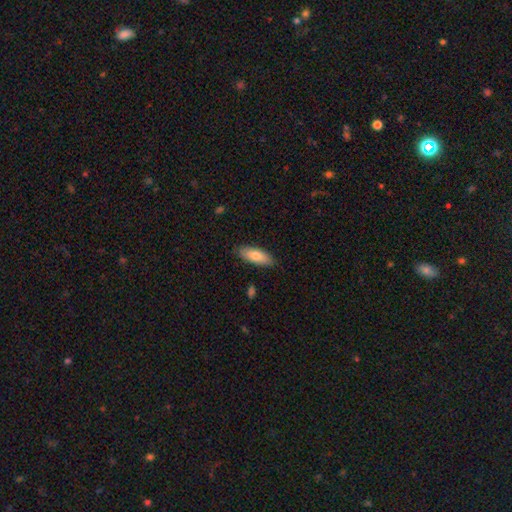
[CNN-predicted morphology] Q: Smooth or featured?
A: smooth (80%); runner-up: featured or disk (14%)
Q: How rounded?
A: in between (70%); runner-up: cigar-shaped (28%)
Q: Merging?
A: none (84%); runner-up: minor disturbance (13%)